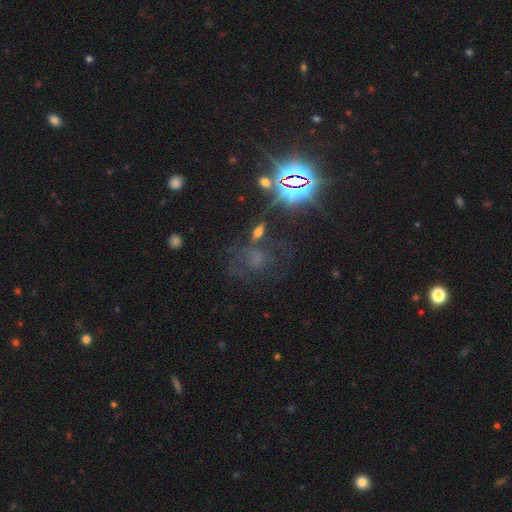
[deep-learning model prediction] smooth_or_featured: star or artifact (p=0.55) [alt: smooth p=0.22]